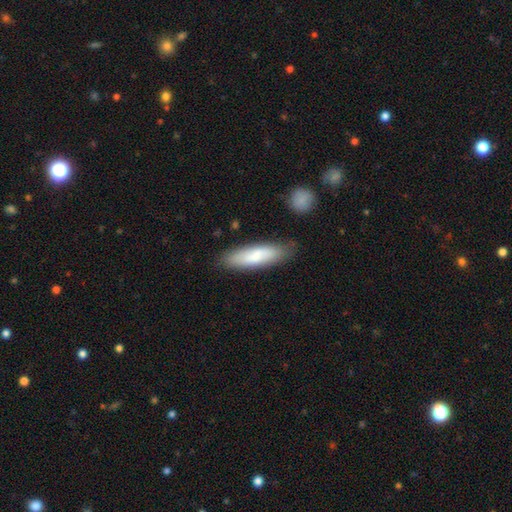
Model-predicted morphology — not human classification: smooth 76%, featured or disk 18%, star or artifact 6%. Down the decision tree: how rounded — cigar-shaped (62%); merging — none (80%).